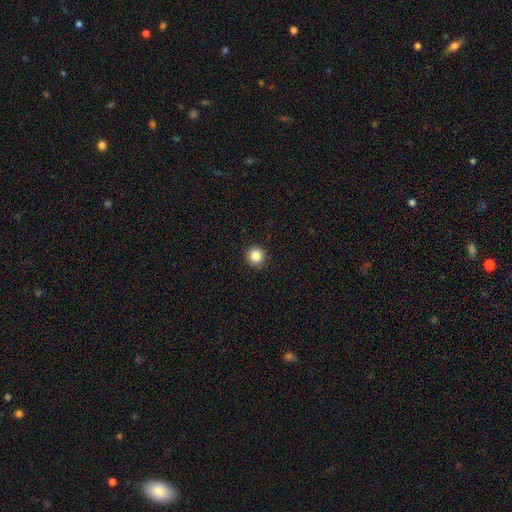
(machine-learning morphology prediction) Q: Smooth or featured?
A: smooth (85%); runner-up: star or artifact (10%)
Q: How rounded?
A: round (94%); runner-up: in between (5%)
Q: Merging?
A: none (92%); runner-up: minor disturbance (5%)